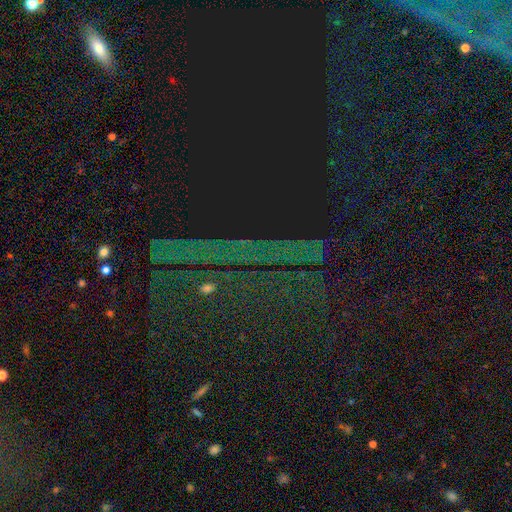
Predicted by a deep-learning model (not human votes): smooth-or-featured: star or artifact: 80% | smooth: 10% | featured or disk: 10%